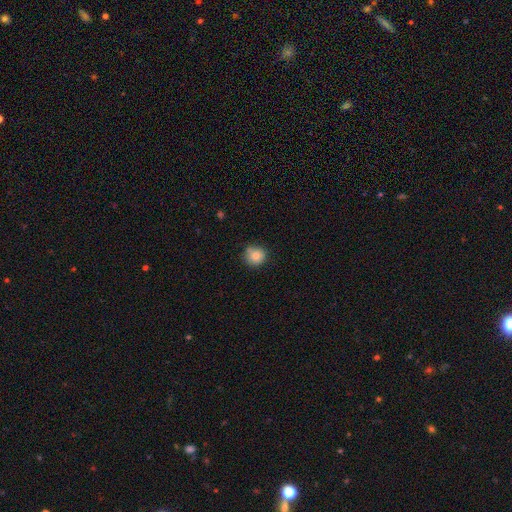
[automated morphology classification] Smooth or featured? smooth (82%)
How rounded? round (91%)
Merging? none (73%)